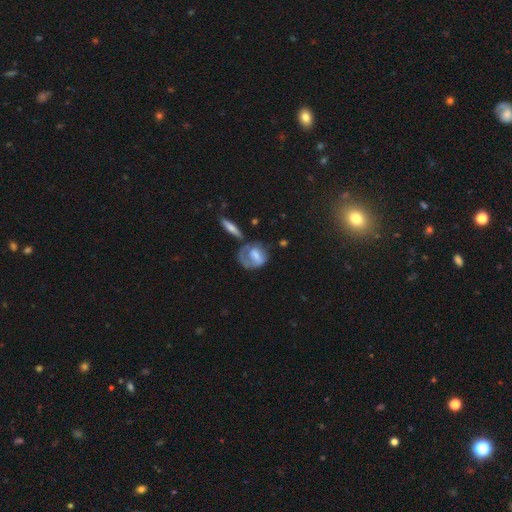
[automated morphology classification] This is possibly a smooth galaxy (47%). Merging: marginally none (35%).